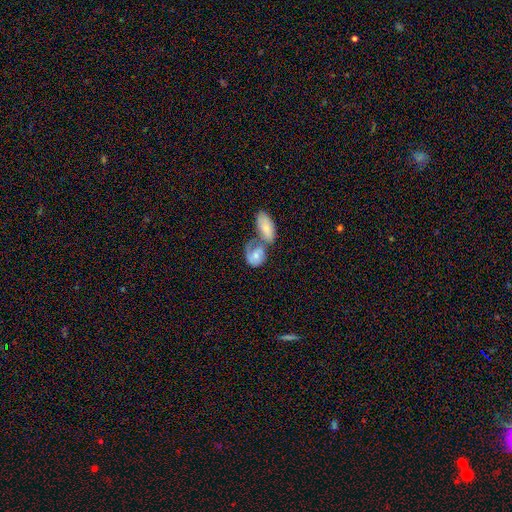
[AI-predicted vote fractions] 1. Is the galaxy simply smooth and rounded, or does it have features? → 48% smooth, 45% featured or disk, 6% star or artifact.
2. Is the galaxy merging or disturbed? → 60% merger, 18% none, 12% major disturbance, 10% minor disturbance.